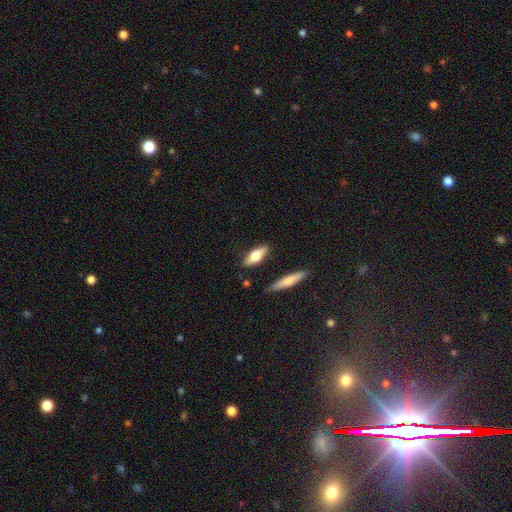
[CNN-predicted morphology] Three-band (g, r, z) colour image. It shows a smooth galaxy with no disk features (54%) that is in between round and cigar-shaped (49%). Merging: none (82%).